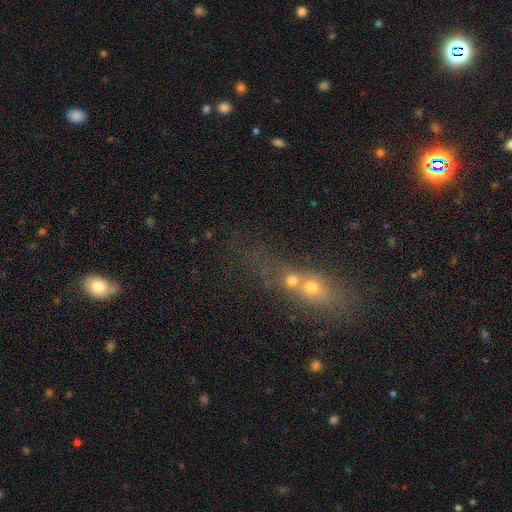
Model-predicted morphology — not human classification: Smooth or featured?
  - smooth: 45% *
  - star or artifact: 33%
  - featured or disk: 23%
Merging?
  - merger: 49% *
  - none: 31%
  - minor disturbance: 10%
  - major disturbance: 10%